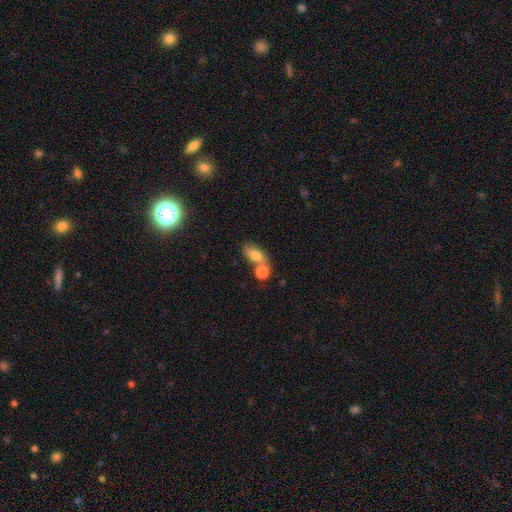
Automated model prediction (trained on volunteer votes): A smooth galaxy with no disk features (76%) that is in between round and cigar-shaped (77%). Merging: none (43%).